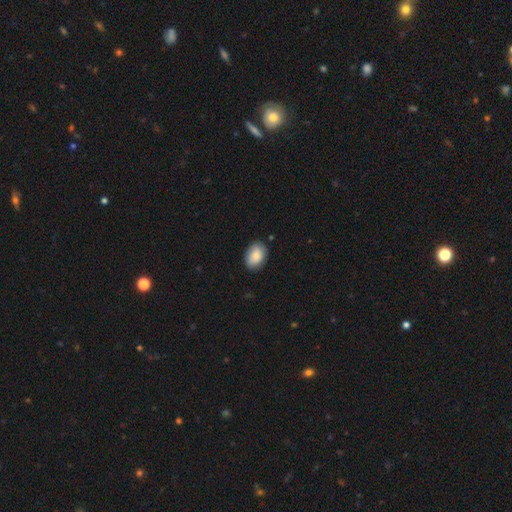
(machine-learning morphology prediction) smooth_or_featured: smooth (p=0.85) [alt: featured or disk p=0.08]
how_rounded: in between (p=0.81) [alt: round p=0.18]
merging: none (p=0.82) [alt: minor disturbance p=0.14]